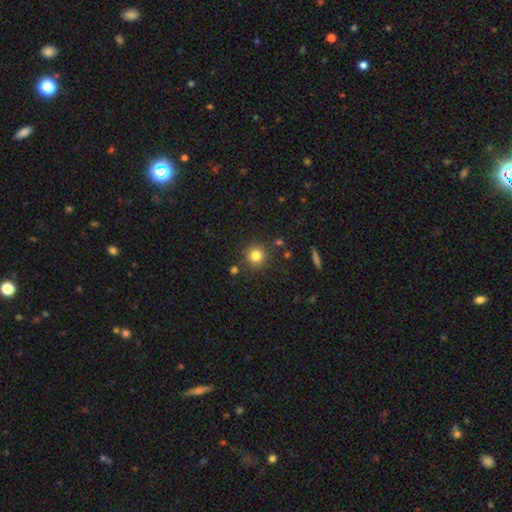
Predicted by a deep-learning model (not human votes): This is clearly a smooth galaxy (81%). How rounded: clearly round (93%). Merging: clearly none (85%).